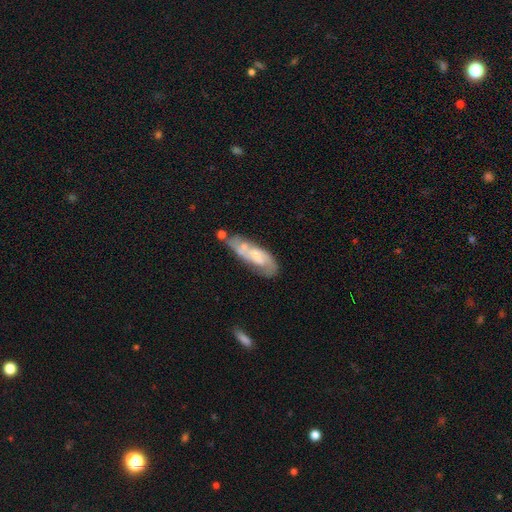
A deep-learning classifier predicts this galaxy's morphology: This is likely a featured or disk galaxy (63%). It is clearly not viewed edge-on (87%). Bar: possibly no (59%). Spiral arm pattern: likely yes (80%). Central bulge: possibly small (52%). Merging: marginally none (43%).